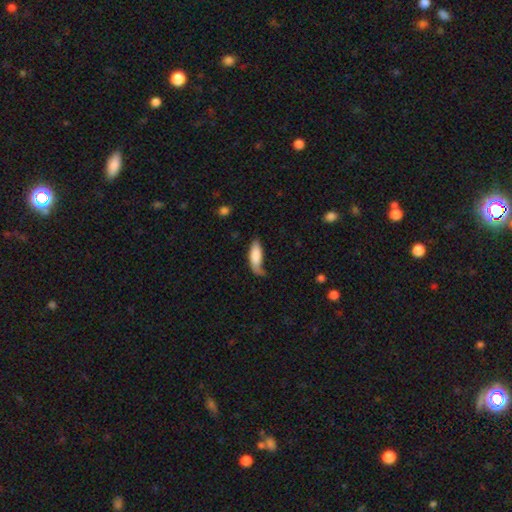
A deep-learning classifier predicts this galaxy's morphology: Q: Smooth or featured?
A: smooth (78%); runner-up: featured or disk (16%)
Q: How rounded?
A: in between (67%); runner-up: cigar-shaped (31%)
Q: Merging?
A: none (41%); runner-up: minor disturbance (35%)